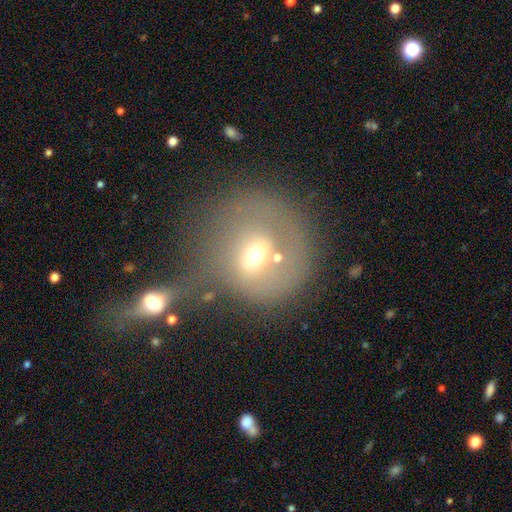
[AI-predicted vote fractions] smooth 48%, featured or disk 38%, star or artifact 14%. Down the decision tree: merging — merger (39%).